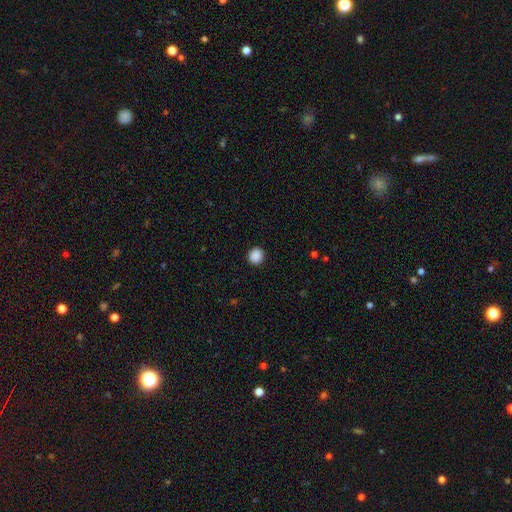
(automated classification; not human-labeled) Overall: smooth (89%). How rounded: round (87%). Merging: none (92%).